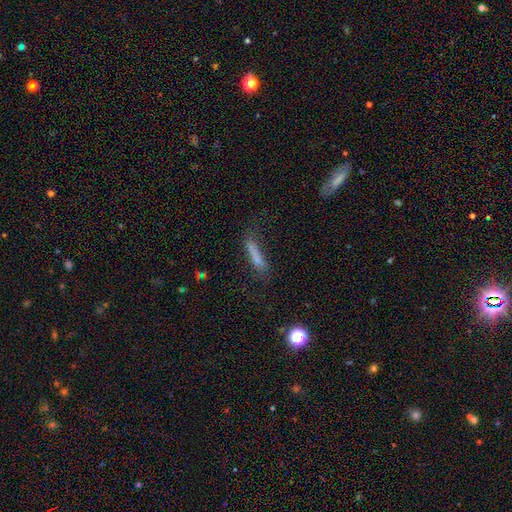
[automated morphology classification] type=smooth (69%); roundness=cigar-shaped (87%); merging=none (55%).